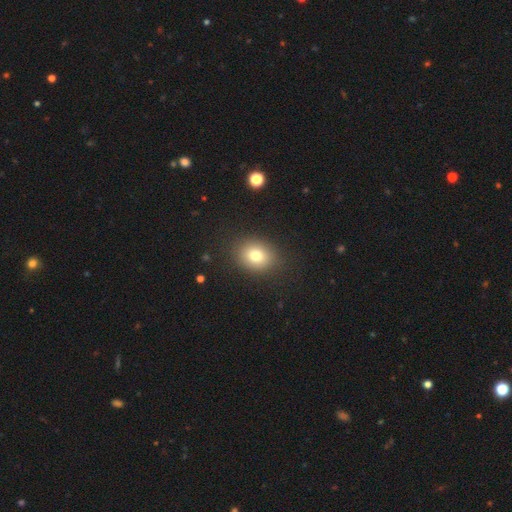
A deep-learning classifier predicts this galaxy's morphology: Smooth or featured? Predicted: smooth (p=0.78). How rounded? Predicted: round (p=0.55). Merging? Predicted: none (p=0.87).